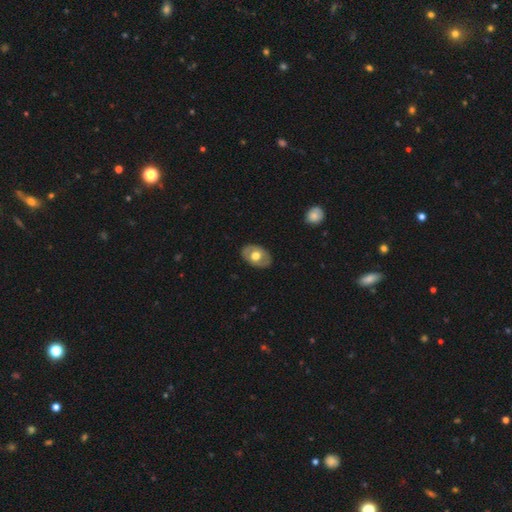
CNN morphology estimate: This is possibly a smooth galaxy (54%). How rounded: clearly in between (81%). Merging: clearly none (85%).